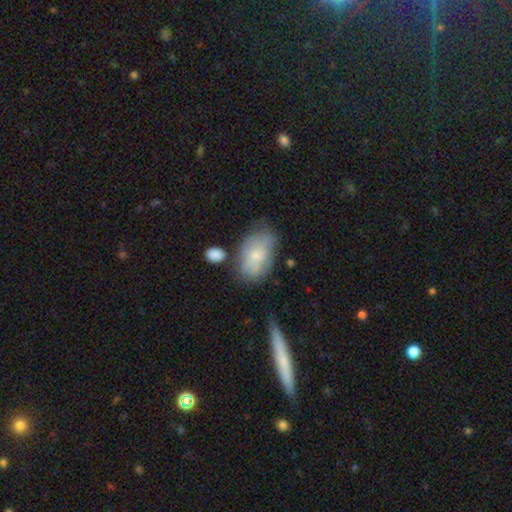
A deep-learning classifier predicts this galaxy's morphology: smooth 65%, featured or disk 28%, star or artifact 7%. Down the decision tree: how rounded — in between (88%); merging — none (55%).